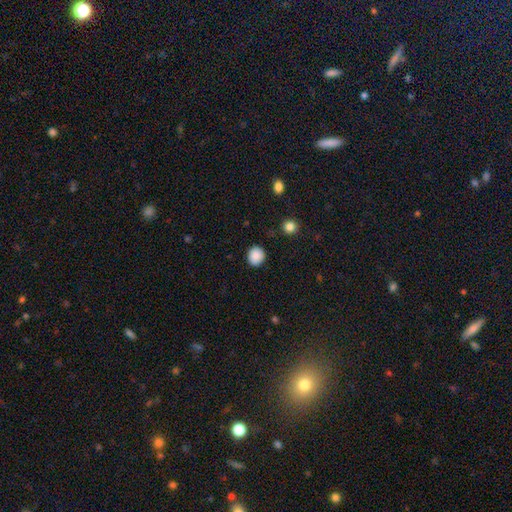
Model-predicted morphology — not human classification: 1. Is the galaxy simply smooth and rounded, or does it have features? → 89% smooth, 8% star or artifact, 3% featured or disk.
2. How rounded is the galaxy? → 83% round, 16% in between, 1% cigar-shaped.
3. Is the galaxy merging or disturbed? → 88% none, 8% minor disturbance, 2% major disturbance, 1% merger.